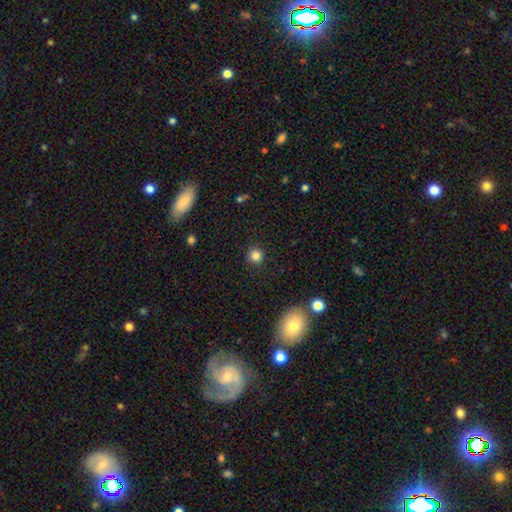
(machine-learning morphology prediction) Smooth or featured? Predicted: smooth (p=0.84). How rounded? Predicted: round (p=0.94). Merging? Predicted: none (p=0.90).